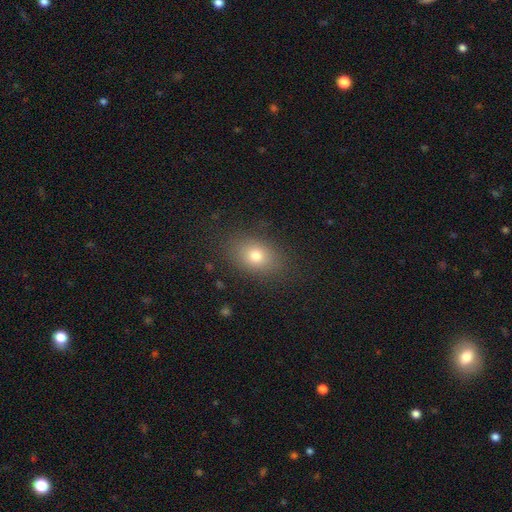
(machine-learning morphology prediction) Smooth or featured: smooth — 75% (star or artifact — 13%)
How rounded: in between — 71% (round — 27%)
Merging: none — 85% (minor disturbance — 10%)